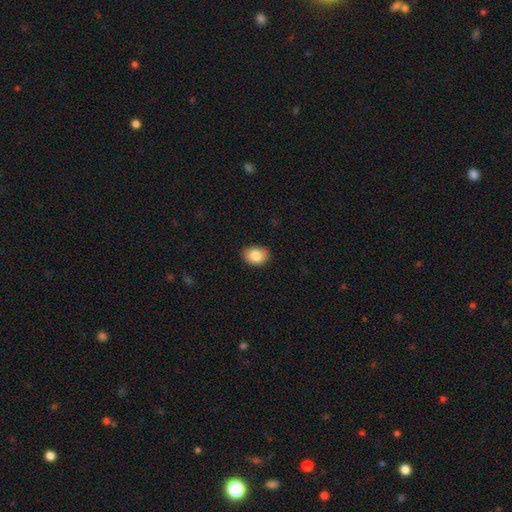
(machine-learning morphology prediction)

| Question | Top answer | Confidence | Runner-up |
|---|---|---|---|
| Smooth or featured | smooth | 85% | star or artifact (8%) |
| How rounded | in between | 63% | round (36%) |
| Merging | none | 84% | minor disturbance (13%) |